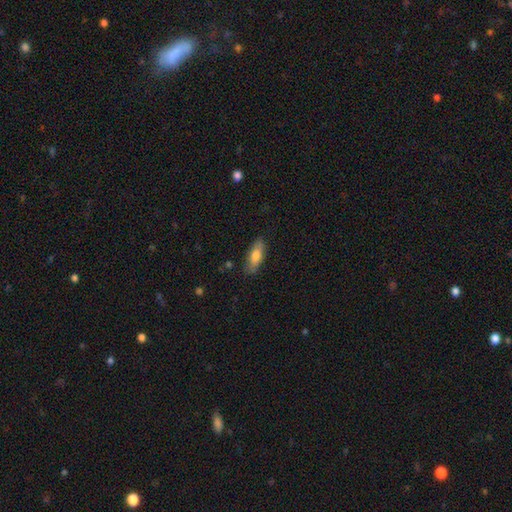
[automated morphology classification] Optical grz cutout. It shows a smooth galaxy with no disk features (75%) that is in between round and cigar-shaped (71%). Merging: none (82%).